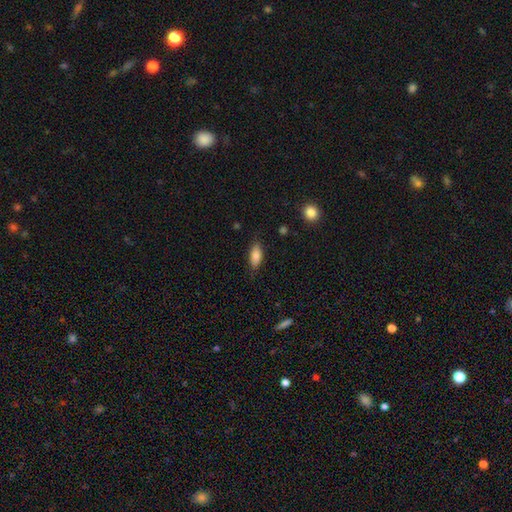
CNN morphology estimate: The model was most divided on "how rounded": in between: 82%, cigar-shaped: 15%, round: 3%. More confident: smooth or featured — smooth (82%); merging — none (81%).